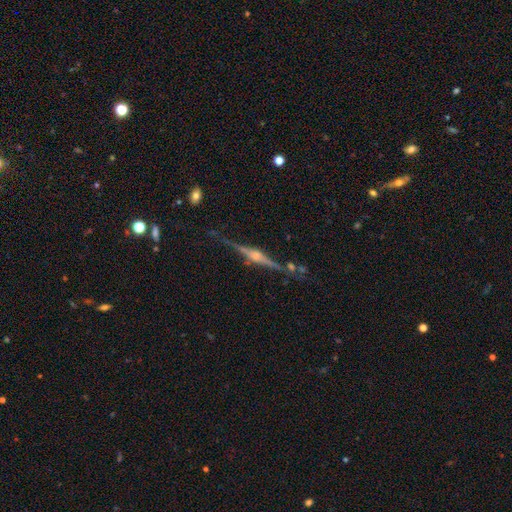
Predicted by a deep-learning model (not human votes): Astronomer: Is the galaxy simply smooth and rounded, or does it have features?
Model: featured or disk — 86%.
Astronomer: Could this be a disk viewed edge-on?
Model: yes — 98%.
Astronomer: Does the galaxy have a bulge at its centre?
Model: rounded — 86%.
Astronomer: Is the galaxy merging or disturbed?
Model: none — 82%.